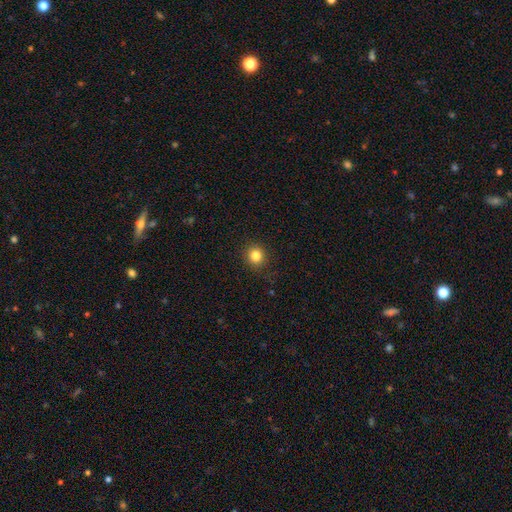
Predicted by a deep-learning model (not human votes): smooth_or_featured: smooth (p=0.83) [alt: star or artifact p=0.12]
how_rounded: round (p=0.87) [alt: in between p=0.12]
merging: none (p=0.89) [alt: minor disturbance p=0.07]